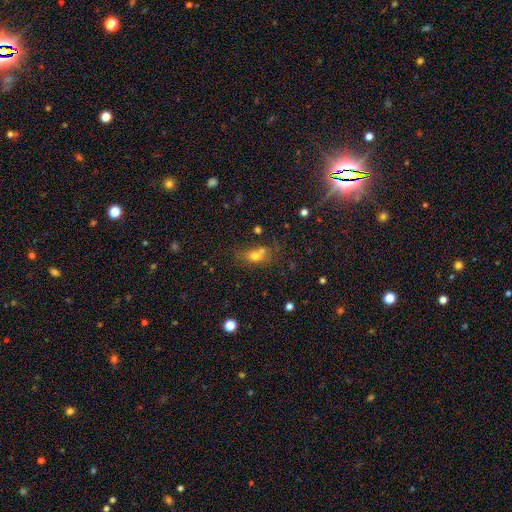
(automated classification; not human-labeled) Smooth or featured: smooth — 69% (star or artifact — 17%)
How rounded: in between — 66% (round — 30%)
Merging: none — 44% (merger — 34%)